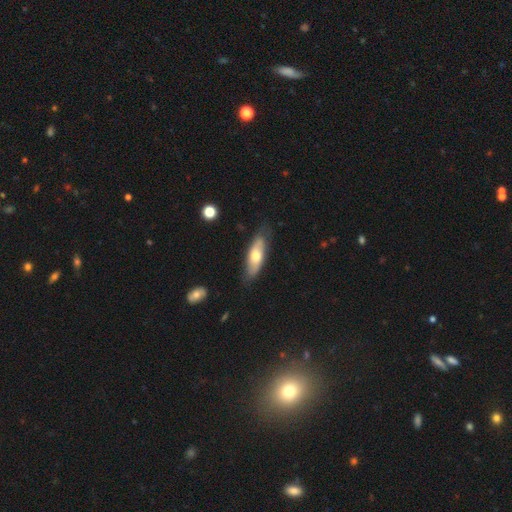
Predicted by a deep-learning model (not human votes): This appears to be a smooth galaxy with no disk features (55%) that is in between round and cigar-shaped (60%). Merging: none (75%).